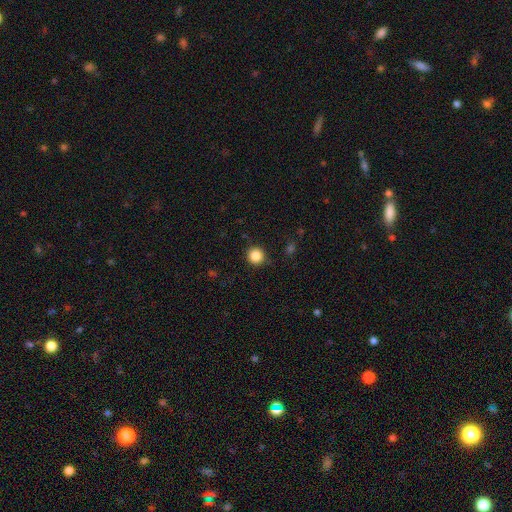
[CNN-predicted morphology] Smooth or featured: smooth — 86% (star or artifact — 10%)
How rounded: round — 95% (in between — 4%)
Merging: none — 90% (minor disturbance — 7%)